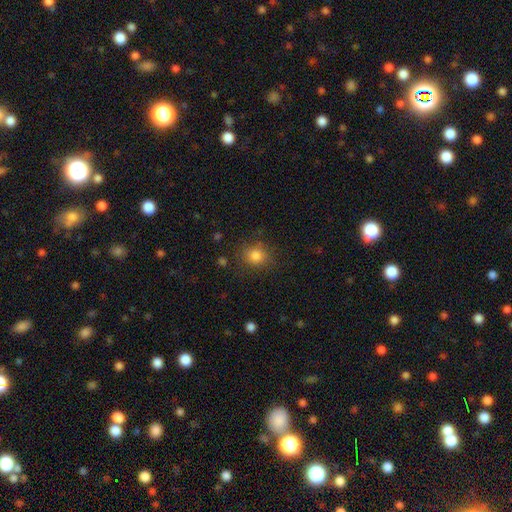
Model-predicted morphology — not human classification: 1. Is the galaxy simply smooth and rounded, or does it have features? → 82% smooth, 12% star or artifact, 6% featured or disk.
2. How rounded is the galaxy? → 74% round, 25% in between, 1% cigar-shaped.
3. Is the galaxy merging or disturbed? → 82% none, 12% minor disturbance, 4% major disturbance, 2% merger.